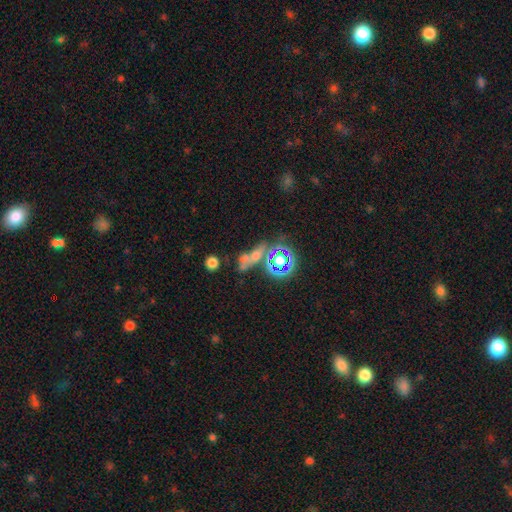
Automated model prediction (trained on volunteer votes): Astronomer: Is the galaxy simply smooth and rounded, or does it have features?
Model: star or artifact — 41% (runner-up: smooth, 40%).